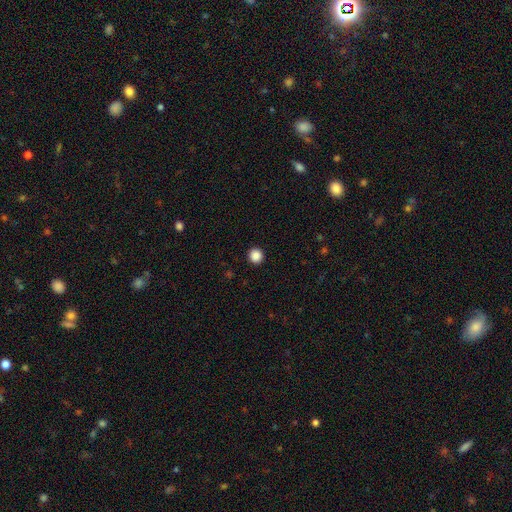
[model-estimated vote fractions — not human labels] Overall: smooth (87%). How rounded: round (94%). Merging: none (93%).